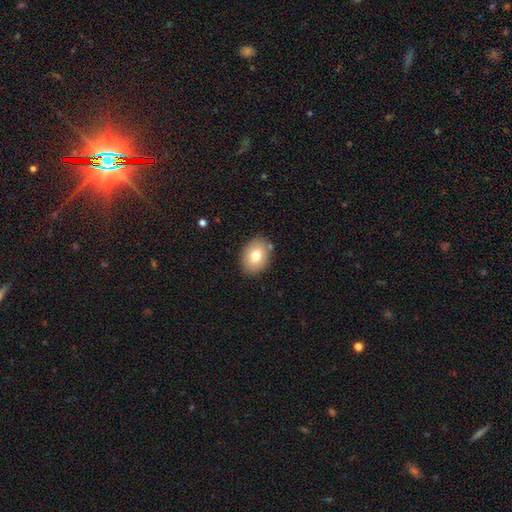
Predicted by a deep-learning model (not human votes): Smooth or featured? smooth (77%)
How rounded? in between (68%)
Merging? none (85%)